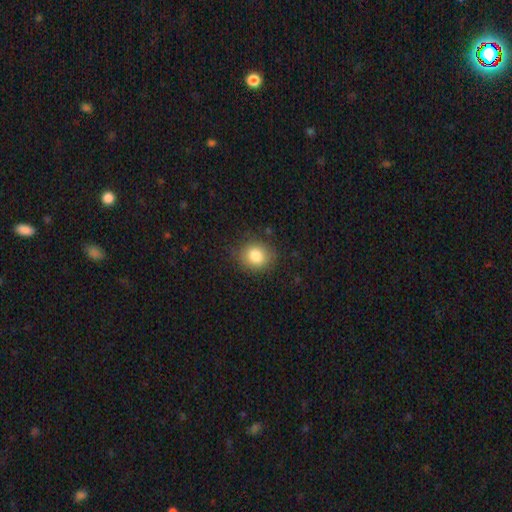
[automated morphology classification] Overall: smooth (81%). How rounded: round (68%; in between 31%). Merging: none (83%).